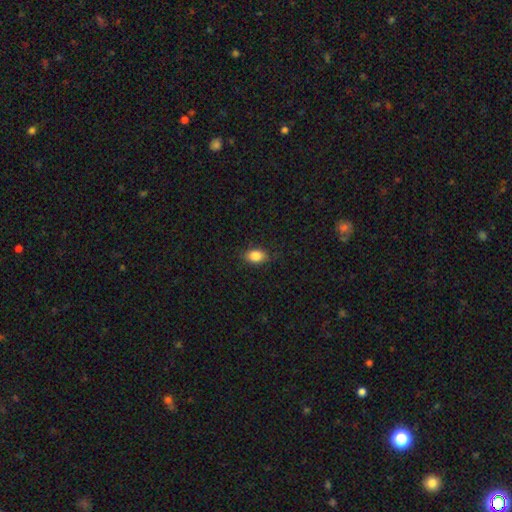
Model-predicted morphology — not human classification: Smooth or featured? smooth (85%)
How rounded? in between (83%)
Merging? none (84%)